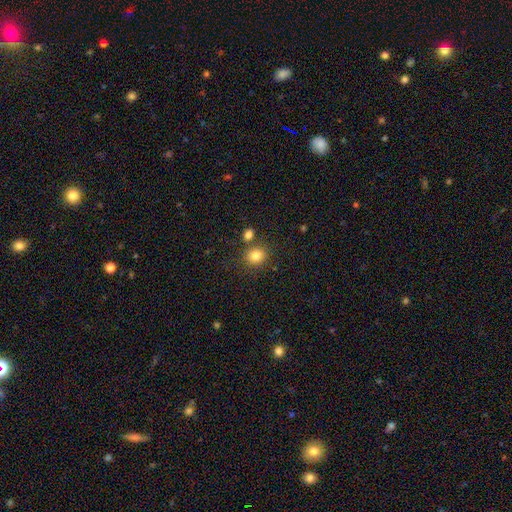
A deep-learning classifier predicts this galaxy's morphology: type=smooth (81%); roundness=round (73%); merging=none (74%).